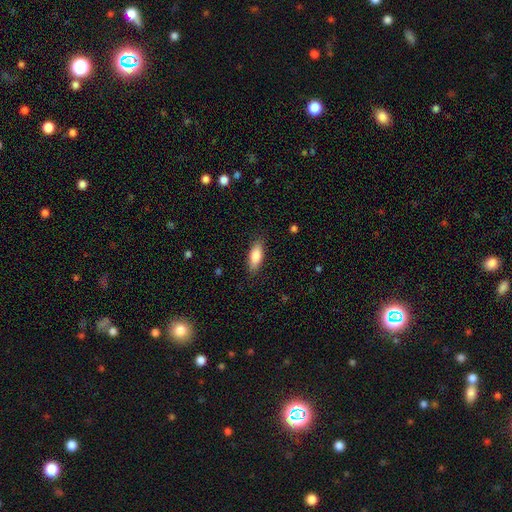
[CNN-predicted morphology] type=smooth (84%); roundness=in between (73%); merging=none (85%).